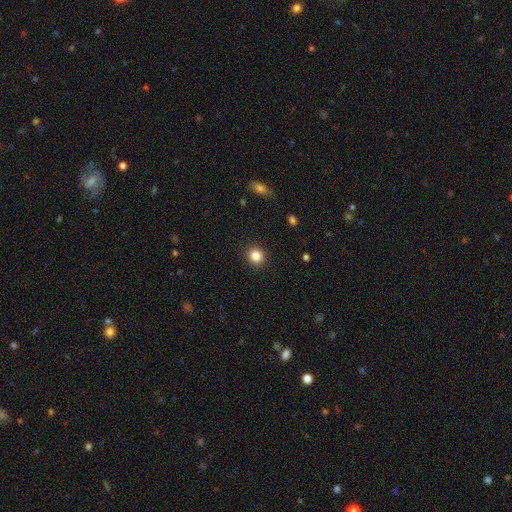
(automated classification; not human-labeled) The model was most divided on "smooth or featured": smooth: 84%, star or artifact: 11%, featured or disk: 5%. More confident: merging — none (91%); how rounded — round (89%).